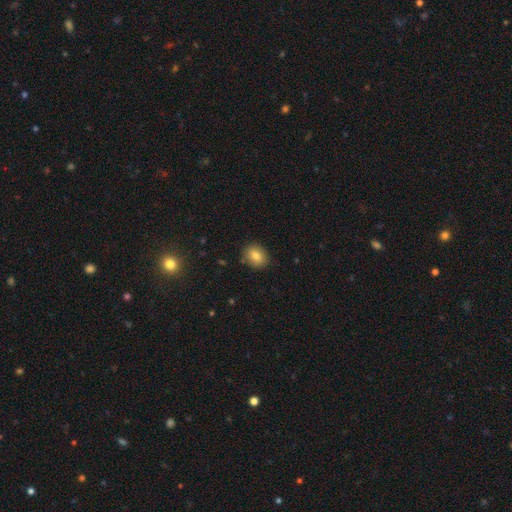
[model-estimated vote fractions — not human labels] A smooth galaxy with no disk features (82%) that is round (51%).

Vote fractions:
- Smooth or featured? smooth: 82% / star or artifact: 9% / featured or disk: 9%
- How rounded? round: 51% / in between: 48% / cigar-shaped: 1%
- Merging? none: 86% / minor disturbance: 10% / major disturbance: 2% / merger: 1%